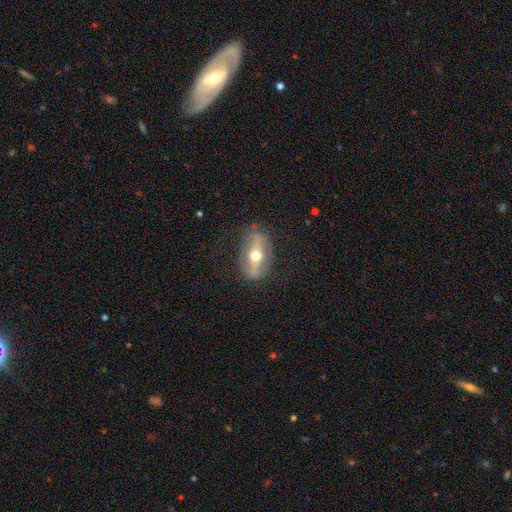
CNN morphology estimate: smooth_or_featured: featured or disk (p=0.67) [alt: smooth p=0.26]
disk_edge_on: no (p=0.54) [alt: yes p=0.46]
merging: none (p=0.80) [alt: minor disturbance p=0.13]